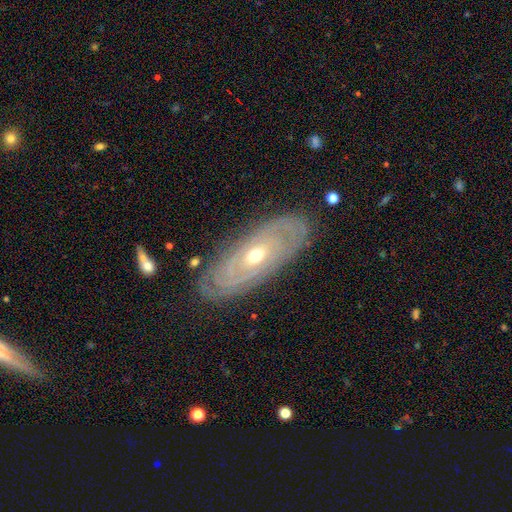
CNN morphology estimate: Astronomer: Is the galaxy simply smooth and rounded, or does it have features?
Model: featured or disk — 82%.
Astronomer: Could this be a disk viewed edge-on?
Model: no — 88%.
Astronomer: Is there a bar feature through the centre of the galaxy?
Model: no — 73%.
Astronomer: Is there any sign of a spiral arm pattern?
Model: yes — 86%.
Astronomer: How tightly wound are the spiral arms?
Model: tight — 82%.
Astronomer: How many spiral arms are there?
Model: can't tell — 48%.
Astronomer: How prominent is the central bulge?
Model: moderate — 56% (runner-up: small, 40%).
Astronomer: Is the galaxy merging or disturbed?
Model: none — 82%.